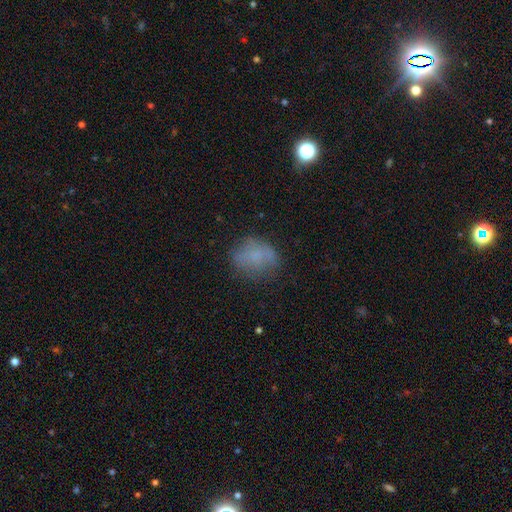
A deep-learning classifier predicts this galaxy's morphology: Q: Smooth or featured?
A: smooth (69%); runner-up: featured or disk (18%)
Q: How rounded?
A: round (54%); runner-up: in between (45%)
Q: Merging?
A: none (63%); runner-up: minor disturbance (23%)